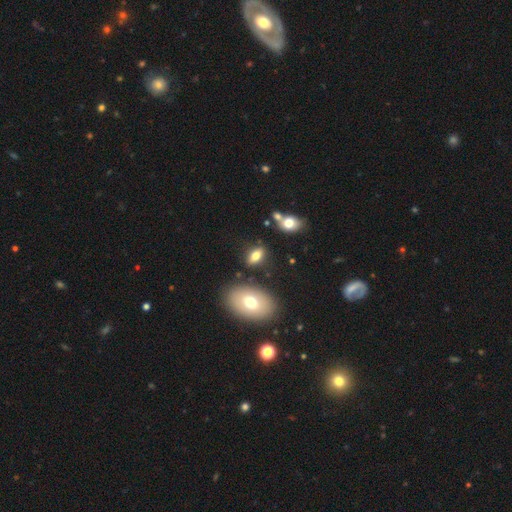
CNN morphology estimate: Smooth or featured? smooth (71%)
How rounded? in between (83%)
Merging? none (80%)